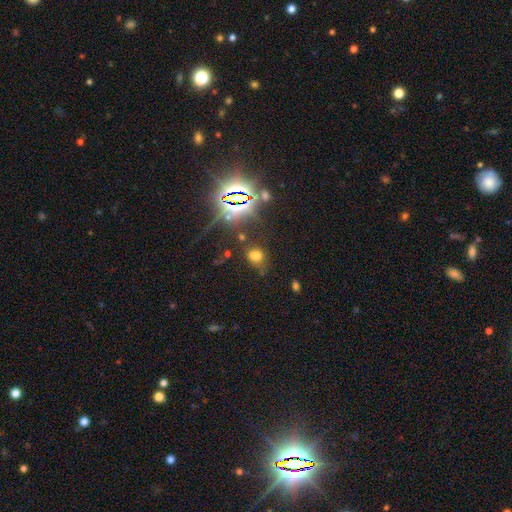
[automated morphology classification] Smooth or featured?
  - smooth: 55% *
  - star or artifact: 35%
  - featured or disk: 10%
How rounded?
  - in between: 53% *
  - round: 45%
  - cigar-shaped: 2%
Merging?
  - none: 58% *
  - minor disturbance: 20%
  - major disturbance: 12%
  - merger: 11%